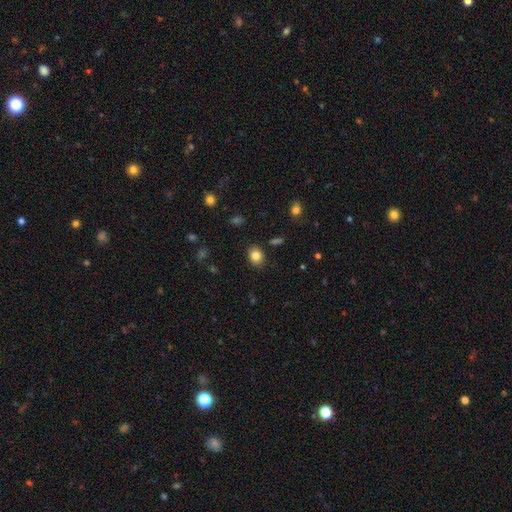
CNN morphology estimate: This is clearly a smooth galaxy (83%). How rounded: possibly round (51%). Merging: clearly none (87%).